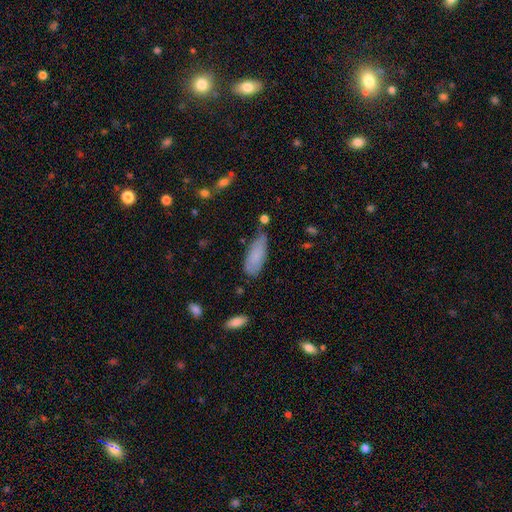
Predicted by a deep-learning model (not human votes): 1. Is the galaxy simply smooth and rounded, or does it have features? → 79% smooth, 14% featured or disk, 7% star or artifact.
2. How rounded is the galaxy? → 70% in between, 29% cigar-shaped, 2% round.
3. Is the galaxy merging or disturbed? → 52% none, 35% minor disturbance, 8% major disturbance, 5% merger.